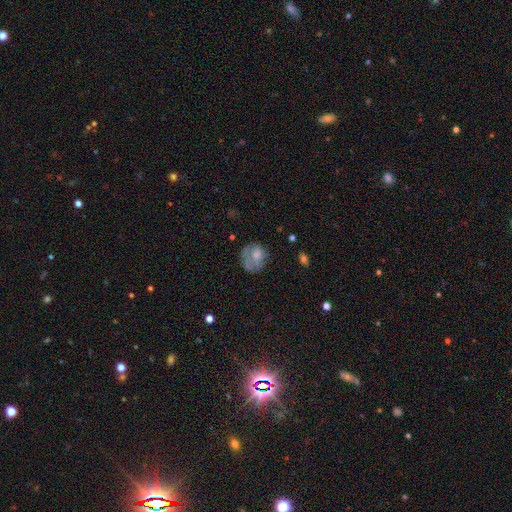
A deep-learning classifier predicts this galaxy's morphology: Overall: smooth (56%; featured or disk 35%). How rounded: round (63%; in between 36%). Merging: none (45%; minor disturbance 26%).